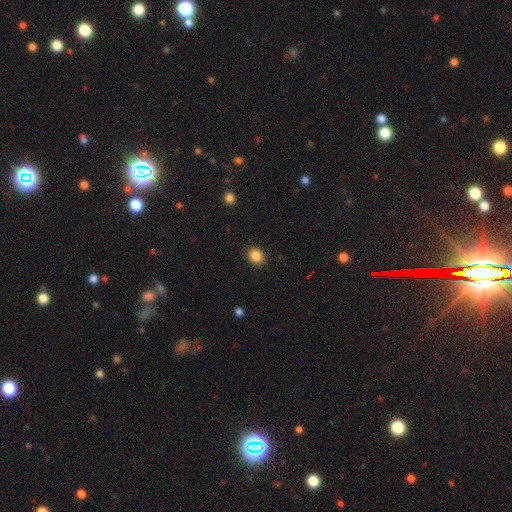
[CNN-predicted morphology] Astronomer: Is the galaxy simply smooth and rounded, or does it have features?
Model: smooth — 87%.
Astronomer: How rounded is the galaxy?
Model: round — 56% (runner-up: in between, 43%).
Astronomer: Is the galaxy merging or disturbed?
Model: none — 90%.